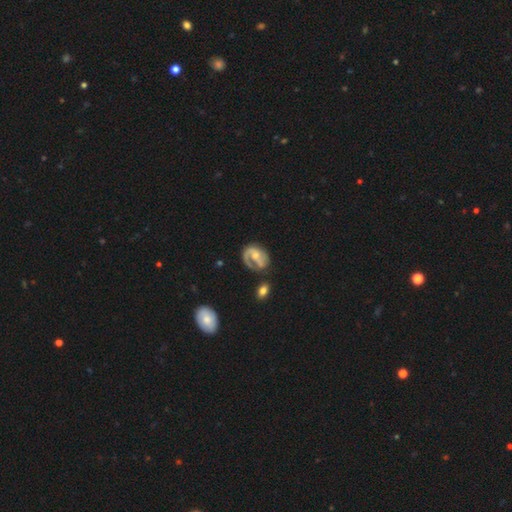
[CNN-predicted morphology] Smooth or featured?
  - featured or disk: 76% *
  - smooth: 18%
  - star or artifact: 6%
Edge-on disk?
  - no: 97% *
  - yes: 3%
Bar?
  - no: 49% *
  - weak: 38%
  - strong: 13%
Spiral arms?
  - yes: 89% *
  - no: 11%
Spiral winding?
  - medium: 44% *
  - tight: 28%
  - loose: 28%
Spiral arm count?
  - 2: 46% *
  - 1: 44%
  - can't tell: 7%
  - 3: 2%
  - 4: 1%
  - more than 4: 1%
Bulge size?
  - moderate: 45% *
  - small: 44%
  - none: 6%
  - large: 3%
  - dominant: 1%
Merging?
  - none: 50% *
  - minor disturbance: 22%
  - major disturbance: 21%
  - merger: 7%